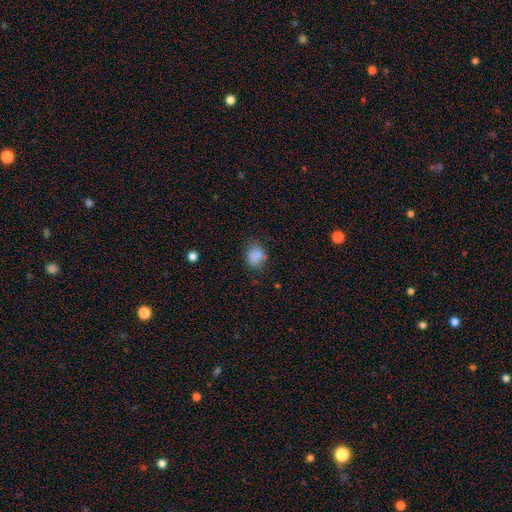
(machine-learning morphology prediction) The model was most divided on "how rounded": round: 59%, in between: 40%, cigar-shaped: 1%. More confident: smooth or featured — smooth (83%); merging — none (68%).